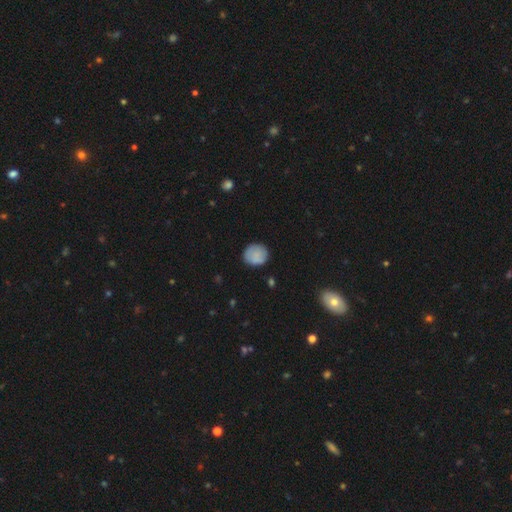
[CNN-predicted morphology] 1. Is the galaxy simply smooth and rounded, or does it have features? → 82% smooth, 10% featured or disk, 8% star or artifact.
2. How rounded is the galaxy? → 81% round, 18% in between, 1% cigar-shaped.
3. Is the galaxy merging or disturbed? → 80% none, 15% minor disturbance, 3% major disturbance, 1% merger.